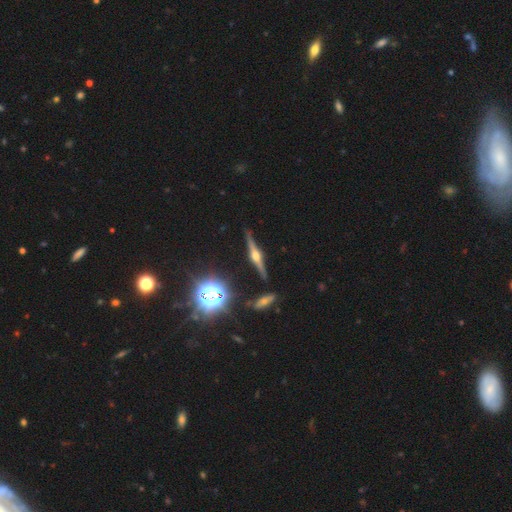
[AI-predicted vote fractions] This appears to be a featured or disk galaxy (82%) viewed edge-on (97%) with a rounded central bulge (94%). Merging: none (88%).